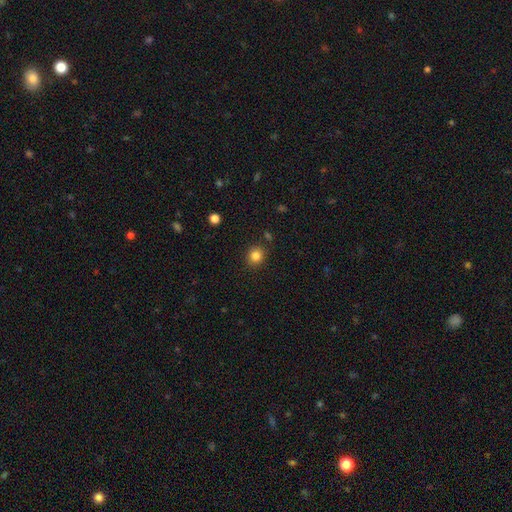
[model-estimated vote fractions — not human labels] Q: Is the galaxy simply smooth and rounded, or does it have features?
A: smooth — 83%.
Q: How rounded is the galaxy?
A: round — 83%.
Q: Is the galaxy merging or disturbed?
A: none — 86%.